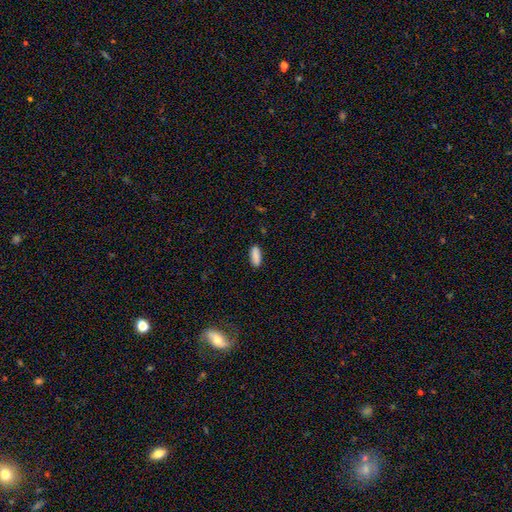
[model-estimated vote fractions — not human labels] Q: Smooth or featured?
A: smooth (89%); runner-up: star or artifact (7%)
Q: How rounded?
A: in between (72%); runner-up: cigar-shaped (26%)
Q: Merging?
A: none (87%); runner-up: minor disturbance (9%)